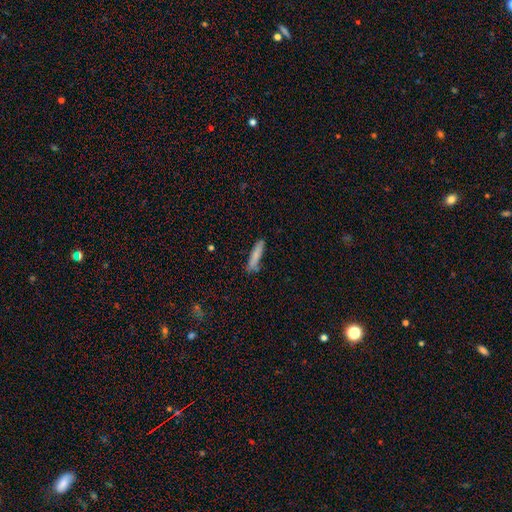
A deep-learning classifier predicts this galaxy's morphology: Smooth or featured? Predicted: smooth (p=0.77). How rounded? Predicted: cigar-shaped (p=0.88). Merging? Predicted: none (p=0.76).